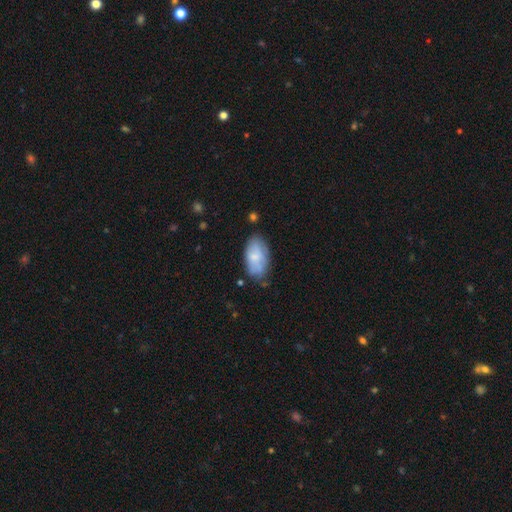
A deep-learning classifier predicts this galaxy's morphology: Smooth or featured?
  - smooth: 72% *
  - featured or disk: 22%
  - star or artifact: 6%
How rounded?
  - in between: 94% *
  - round: 4%
  - cigar-shaped: 2%
Merging?
  - none: 63% *
  - minor disturbance: 26%
  - major disturbance: 7%
  - merger: 4%